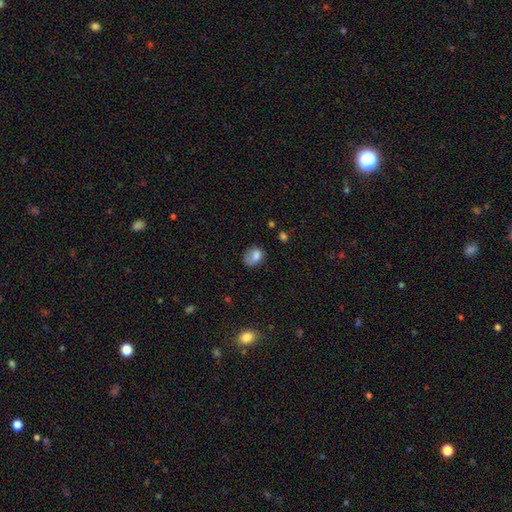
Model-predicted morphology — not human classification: Smooth or featured? Predicted: smooth (p=0.76). How rounded? Predicted: in between (p=0.61). Merging? Predicted: none (p=0.47).